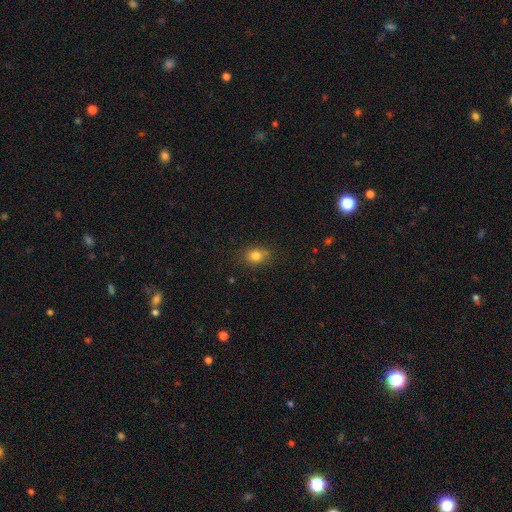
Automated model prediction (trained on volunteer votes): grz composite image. It shows a smooth galaxy with no disk features (80%) that is round (54%). Merging: none (80%).